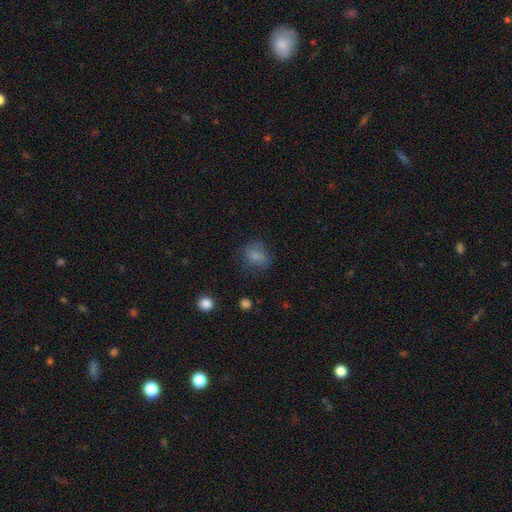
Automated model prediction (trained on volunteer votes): smooth-or-featured: smooth: 78% | star or artifact: 12% | featured or disk: 10%
  how-rounded: round: 58% | in between: 41% | cigar-shaped: 1%
  merging: none: 67% | minor disturbance: 21% | major disturbance: 11% | merger: 2%